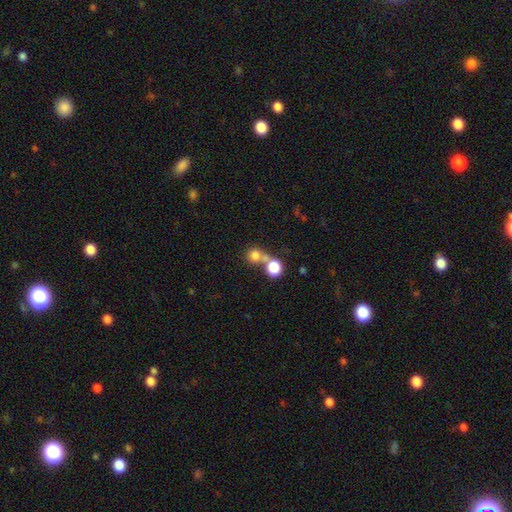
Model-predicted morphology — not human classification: The model was most divided on "merging" (2-way tie): merger: 45%, none: 45%, minor disturbance: 6%, major disturbance: 4%. More confident: how rounded — round (85%); smooth or featured — smooth (77%).